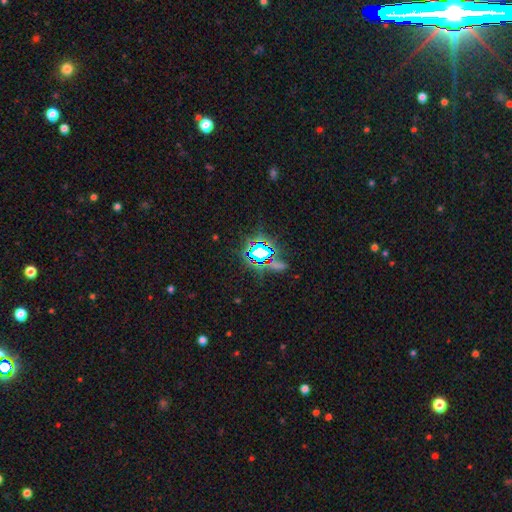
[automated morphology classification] Smooth or featured? star or artifact (76%)